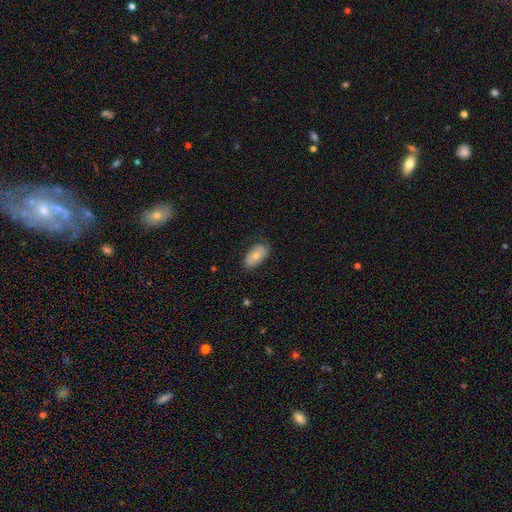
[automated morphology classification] This appears to be a smooth galaxy with no disk features (67%) that is in between round and cigar-shaped (92%). Merging: none (71%).